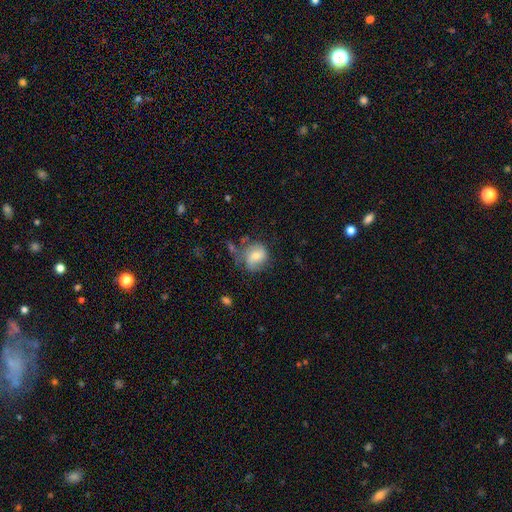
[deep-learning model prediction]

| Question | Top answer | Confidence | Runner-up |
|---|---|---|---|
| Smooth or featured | smooth | 60% | featured or disk (31%) |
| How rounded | round | 63% | in between (36%) |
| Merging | none | 46% | minor disturbance (28%) |